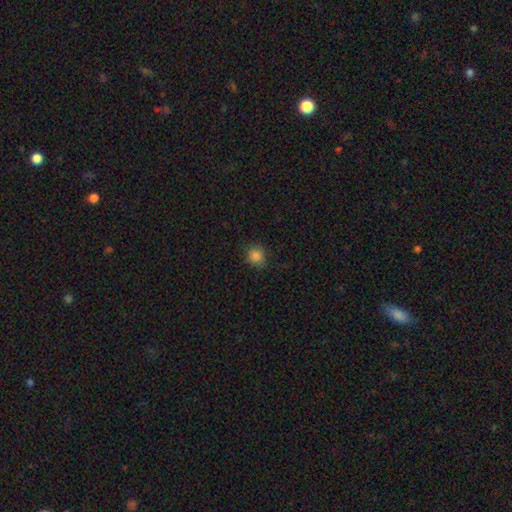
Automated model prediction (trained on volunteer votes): Smooth or featured? smooth (85%)
How rounded? round (89%)
Merging? none (87%)